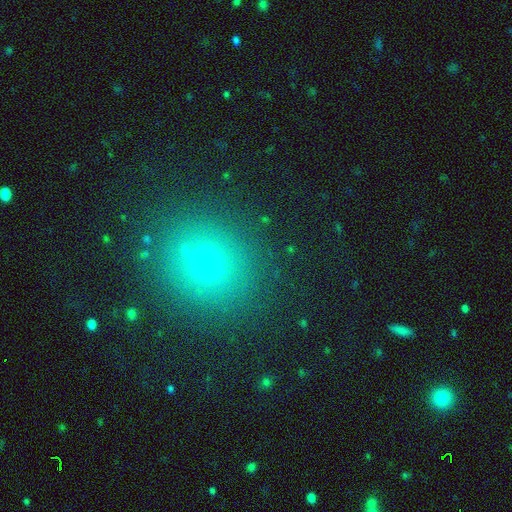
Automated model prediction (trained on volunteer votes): A smooth galaxy with no disk features (58%) that is round (80%). Merging: none (83%).